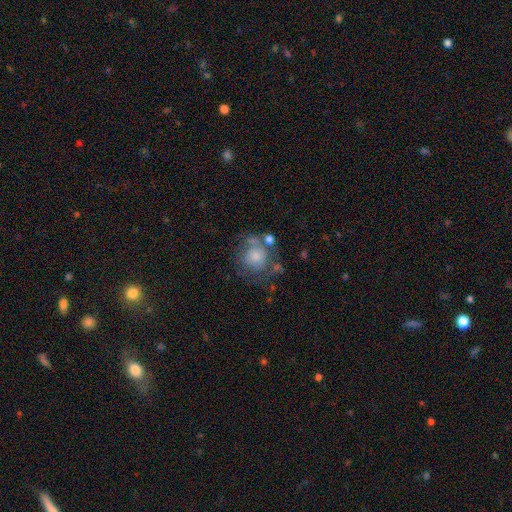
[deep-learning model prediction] smooth-or-featured: smooth: 59% | featured or disk: 32% | star or artifact: 9%
  how-rounded: round: 82% | in between: 17% | cigar-shaped: 1%
  merging: none: 48% | minor disturbance: 22% | major disturbance: 19% | merger: 11%